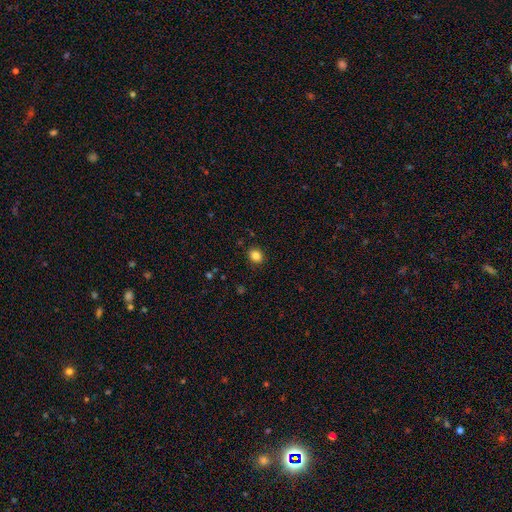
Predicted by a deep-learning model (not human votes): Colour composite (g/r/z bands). It shows a smooth galaxy with no disk features (86%) that is round (57%). Merging: none (89%).